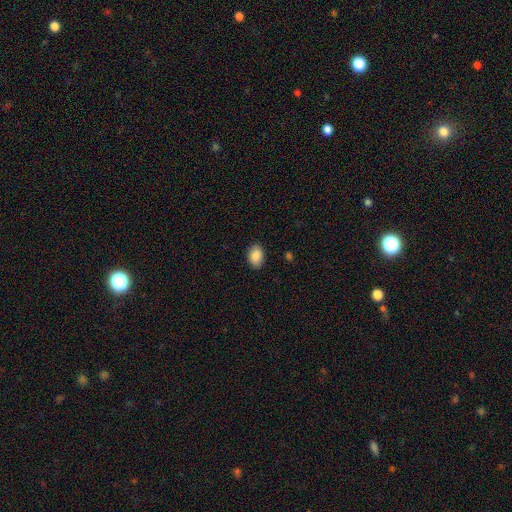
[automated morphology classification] The model was most divided on "how rounded": in between: 82%, round: 17%, cigar-shaped: 1%. More confident: smooth or featured — smooth (88%); merging — none (88%).